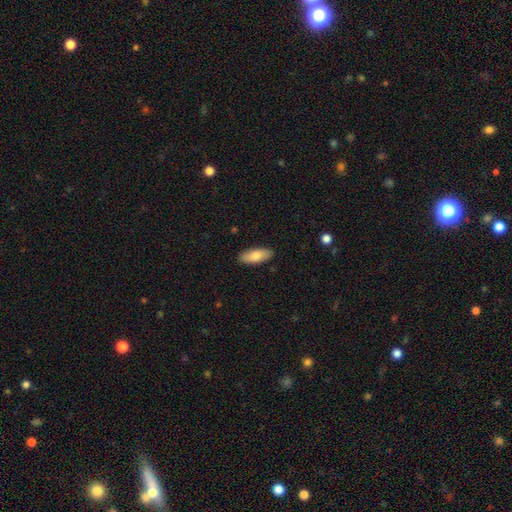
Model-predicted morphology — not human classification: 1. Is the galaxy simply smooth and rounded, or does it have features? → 80% smooth, 14% featured or disk, 6% star or artifact.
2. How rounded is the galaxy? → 77% in between, 21% cigar-shaped, 2% round.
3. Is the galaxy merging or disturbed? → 89% none, 8% minor disturbance, 2% major disturbance, 1% merger.